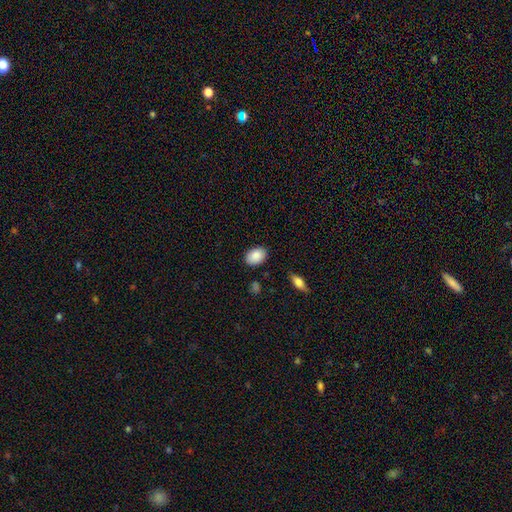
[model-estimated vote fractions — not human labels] smooth_or_featured: smooth (p=0.88) [alt: star or artifact p=0.07]
how_rounded: in between (p=0.83) [alt: round p=0.16]
merging: none (p=0.86) [alt: minor disturbance p=0.10]